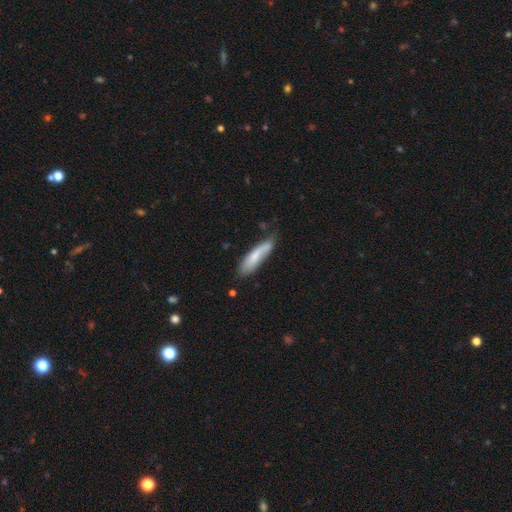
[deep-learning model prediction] Smooth or featured?
  - smooth: 70% *
  - featured or disk: 24%
  - star or artifact: 6%
How rounded?
  - cigar-shaped: 66% *
  - in between: 33%
  - round: 2%
Merging?
  - none: 53% *
  - minor disturbance: 32%
  - major disturbance: 9%
  - merger: 6%